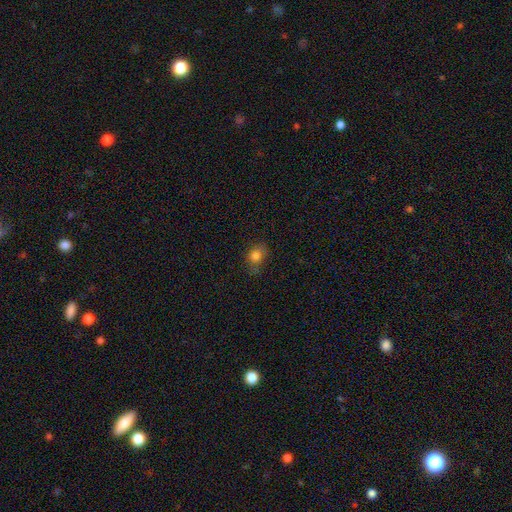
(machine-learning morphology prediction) A smooth galaxy with no disk features (80%) that is in between round and cigar-shaped (58%). Merging: none (68%).